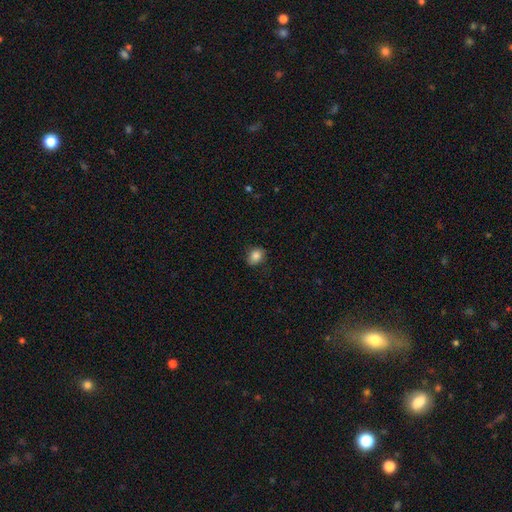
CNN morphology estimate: smooth-or-featured: smooth: 85% | star or artifact: 9% | featured or disk: 5%
  how-rounded: in between: 54% | round: 45% | cigar-shaped: 1%
  merging: none: 79% | minor disturbance: 17% | major disturbance: 4% | merger: 1%